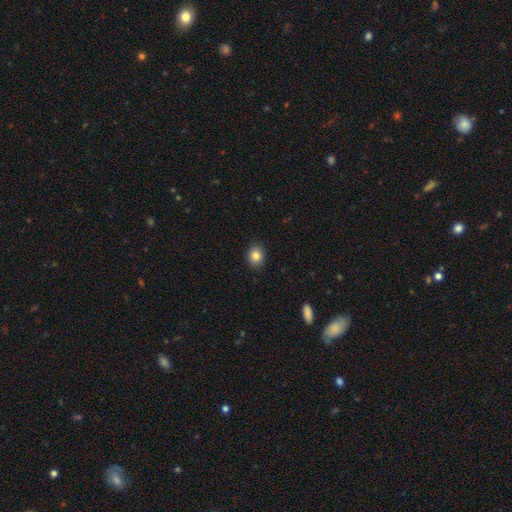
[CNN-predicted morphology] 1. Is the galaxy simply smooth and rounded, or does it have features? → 83% smooth, 10% star or artifact, 7% featured or disk.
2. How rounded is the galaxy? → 50% round, 49% in between, 1% cigar-shaped.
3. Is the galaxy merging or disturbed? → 89% none, 8% minor disturbance, 2% major disturbance, 1% merger.